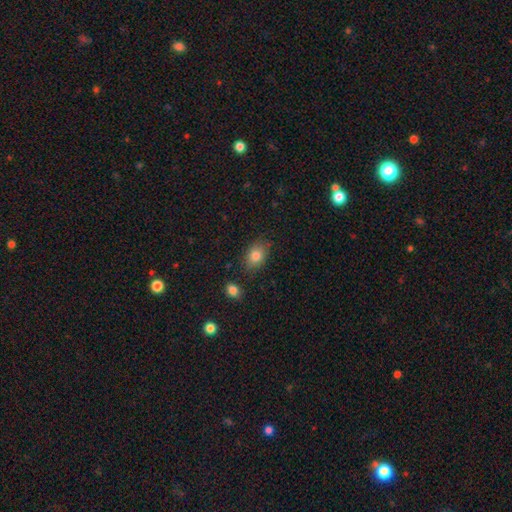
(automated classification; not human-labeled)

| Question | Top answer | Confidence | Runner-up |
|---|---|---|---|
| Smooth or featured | smooth | 82% | star or artifact (9%) |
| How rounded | in between | 77% | round (22%) |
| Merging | none | 79% | minor disturbance (15%) |